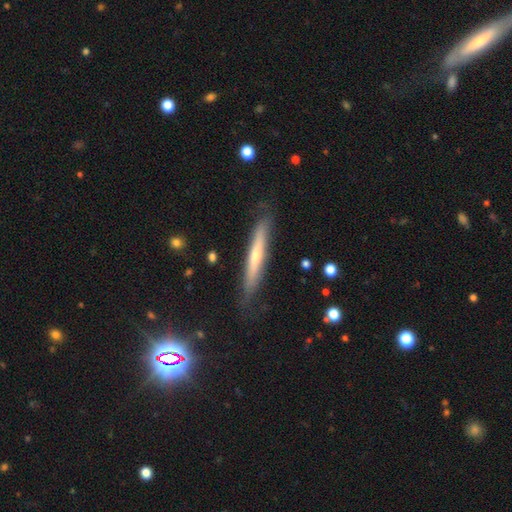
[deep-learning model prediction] smooth_or_featured: featured or disk (p=0.54) [alt: smooth p=0.39]
disk_edge_on: yes (p=0.91) [alt: no p=0.09]
merging: none (p=0.82) [alt: minor disturbance p=0.14]